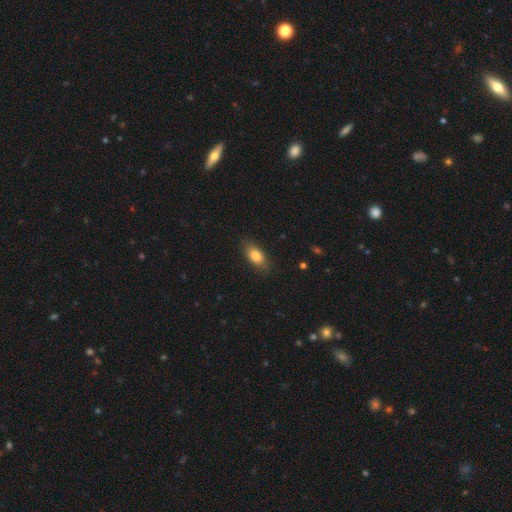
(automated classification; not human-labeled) Morphology: type=smooth (83%); roundness=in between (86%); merging=none (83%).